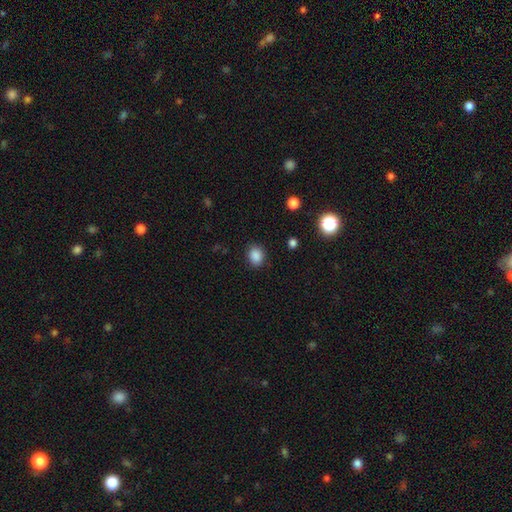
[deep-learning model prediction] This is clearly a smooth galaxy (86%). How rounded: likely round (63%). Merging: clearly none (87%).